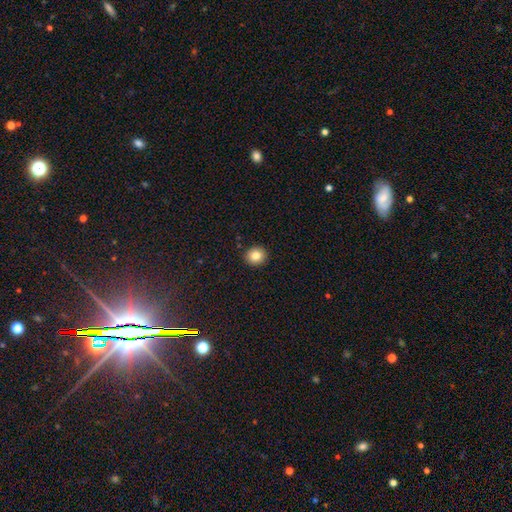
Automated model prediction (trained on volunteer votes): smooth_or_featured: smooth (p=0.83) [alt: star or artifact p=0.10]
how_rounded: round (p=0.85) [alt: in between p=0.14]
merging: none (p=0.92) [alt: minor disturbance p=0.05]